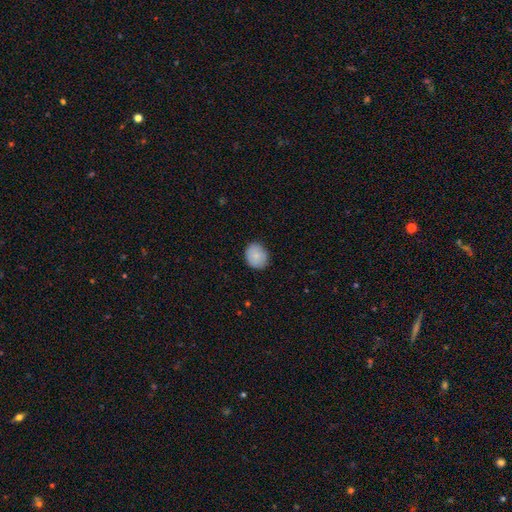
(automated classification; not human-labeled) smooth_or_featured: smooth (p=0.83) [alt: featured or disk p=0.10]
how_rounded: round (p=0.59) [alt: in between p=0.40]
merging: none (p=0.85) [alt: minor disturbance p=0.12]